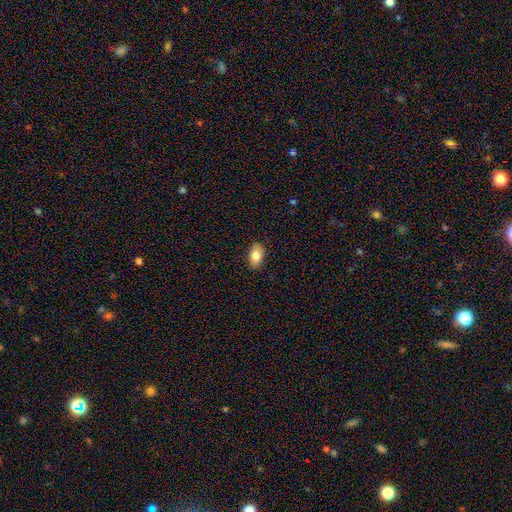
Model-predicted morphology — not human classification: Overall: smooth (83%). How rounded: in between (92%). Merging: none (87%).